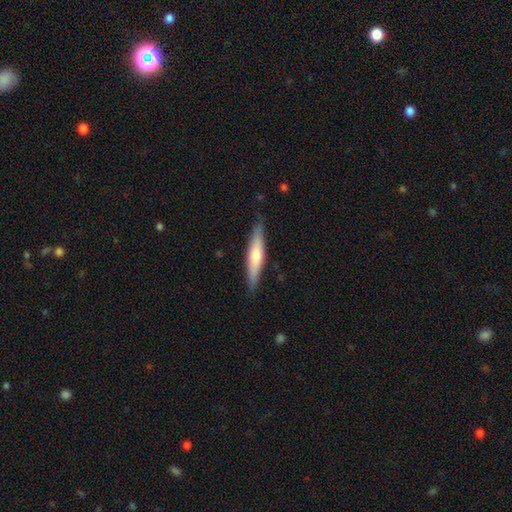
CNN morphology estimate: smooth-or-featured: smooth: 50% | featured or disk: 45% | star or artifact: 6%
  merging: none: 88% | minor disturbance: 10% | major disturbance: 2% | merger: 1%